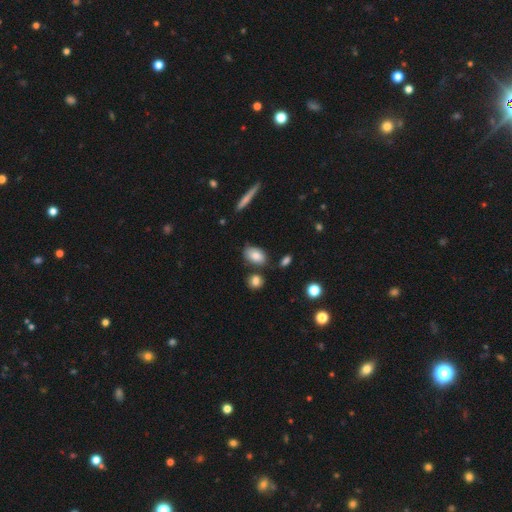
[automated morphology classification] type=smooth (82%); roundness=in between (89%); merging=none (73%).